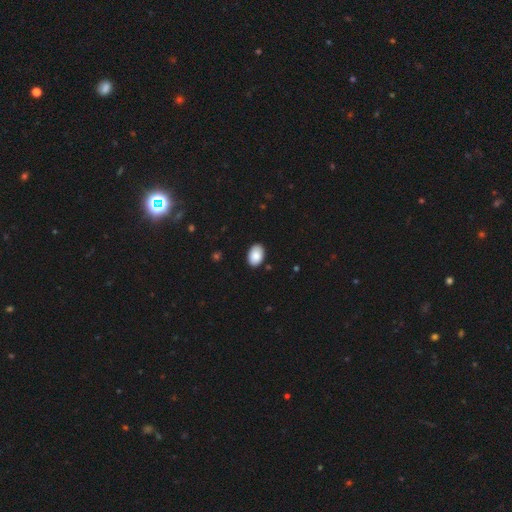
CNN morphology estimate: This appears to be a smooth galaxy with no disk features (89%) that is in between round and cigar-shaped (90%). Merging: none (88%).